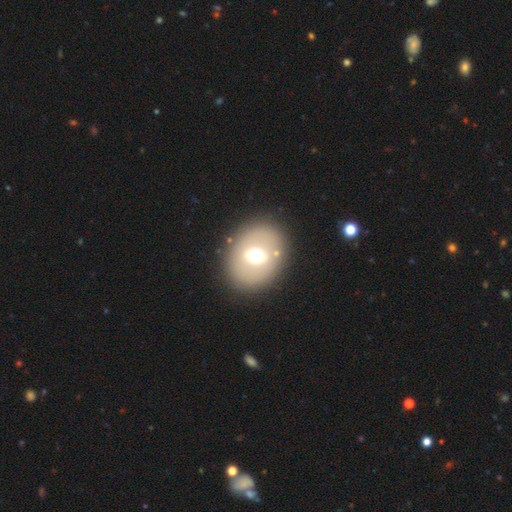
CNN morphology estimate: Smooth or featured: smooth — 57% (featured or disk — 29%)
How rounded: round — 61% (in between — 38%)
Merging: none — 84% (minor disturbance — 8%)